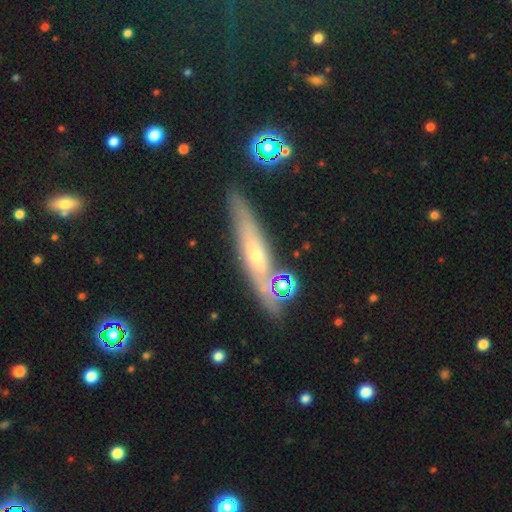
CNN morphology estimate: A featured or disk galaxy (56%) viewed edge-on (80%).

Vote fractions:
- Smooth or featured? featured or disk: 56% / smooth: 31% / star or artifact: 13%
- Edge-on disk? yes: 80% / no: 20%
- Merging? none: 79% / minor disturbance: 12% / merger: 5% / major disturbance: 3%